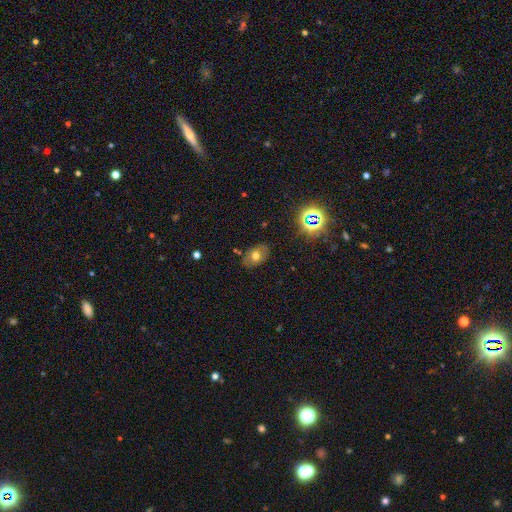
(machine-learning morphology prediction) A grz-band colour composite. It shows a smooth galaxy with no disk features (61%) that is in between round and cigar-shaped (82%). Merging: none (81%).